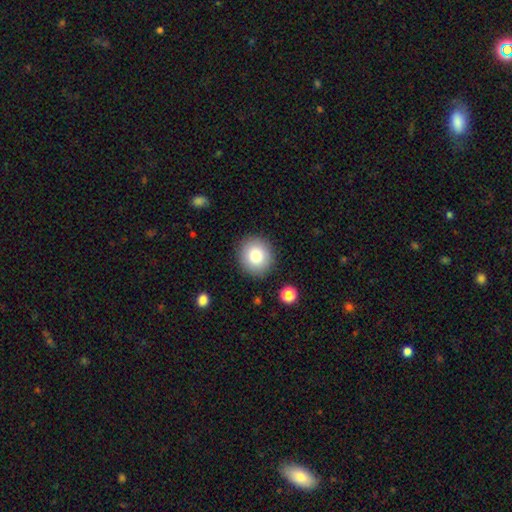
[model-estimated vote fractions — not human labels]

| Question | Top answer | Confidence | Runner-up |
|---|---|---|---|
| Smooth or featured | smooth | 81% | featured or disk (10%) |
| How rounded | round | 90% | in between (9%) |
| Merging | none | 89% | minor disturbance (7%) |